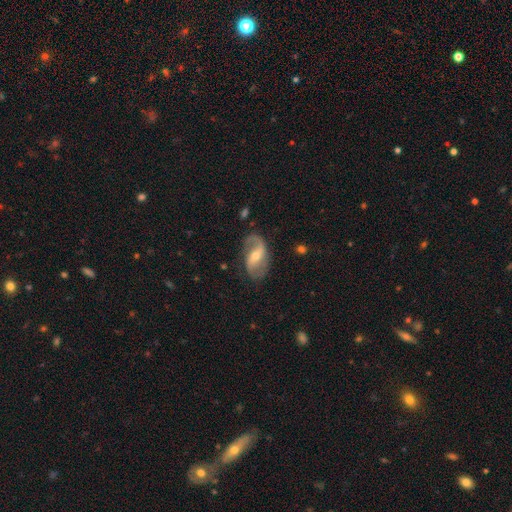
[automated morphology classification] Smooth or featured? Predicted: featured or disk (p=0.83). Edge-on disk? Predicted: no (p=0.96). Bar? Predicted: weak (p=0.42). Spiral arms? Predicted: yes (p=0.93). Spiral winding? Predicted: loose (p=0.53). Spiral arm count? Predicted: 2 (p=0.86). Bulge size? Predicted: moderate (p=0.51). Merging? Predicted: none (p=0.74).